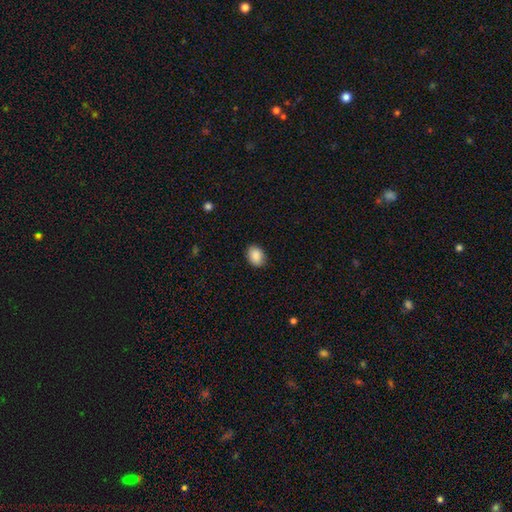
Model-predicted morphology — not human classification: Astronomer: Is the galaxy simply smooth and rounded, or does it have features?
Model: smooth — 89%.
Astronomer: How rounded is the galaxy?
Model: in between — 70%.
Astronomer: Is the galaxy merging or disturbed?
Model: none — 87%.